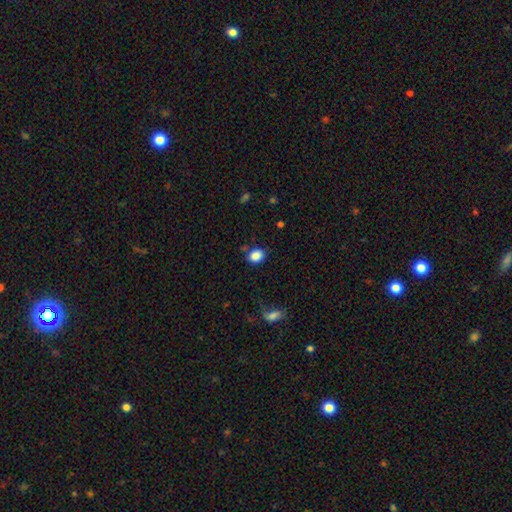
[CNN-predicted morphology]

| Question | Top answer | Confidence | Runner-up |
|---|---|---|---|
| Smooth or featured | smooth | 86% | star or artifact (10%) |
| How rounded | in between | 50% | round (49%) |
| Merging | none | 76% | minor disturbance (15%) |